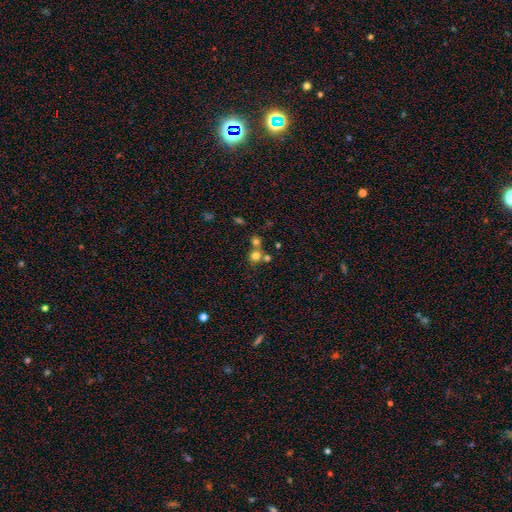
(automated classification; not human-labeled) Smooth or featured: smooth — 74% (star or artifact — 16%)
How rounded: round — 84% (in between — 15%)
Merging: none — 51% (merger — 38%)